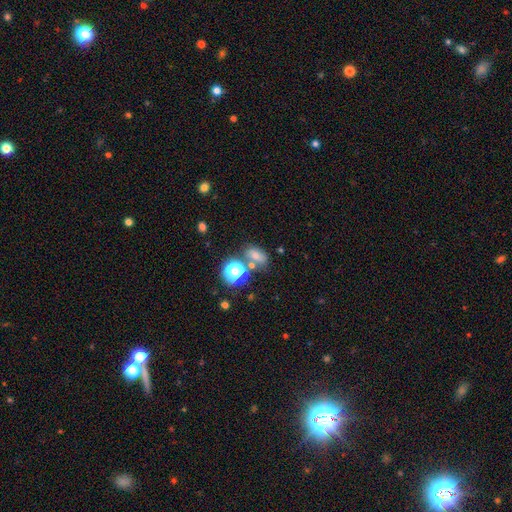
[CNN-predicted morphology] The model was most divided on "smooth or featured": smooth: 66%, star or artifact: 23%, featured or disk: 11%. More confident: how rounded — in between (71%); merging — none (62%).